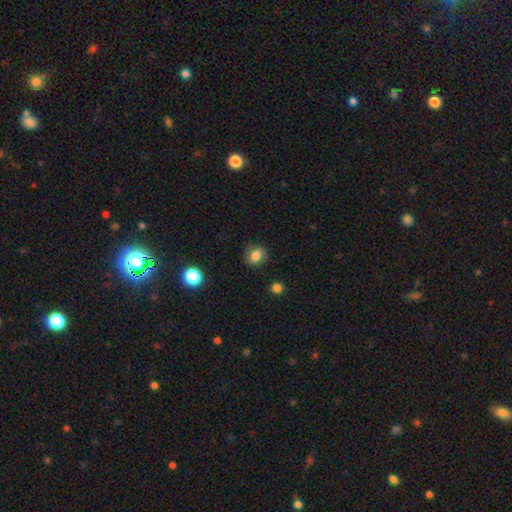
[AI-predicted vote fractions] Smooth or featured?
  - smooth: 77% *
  - featured or disk: 12%
  - star or artifact: 10%
How rounded?
  - round: 62% *
  - in between: 37%
  - cigar-shaped: 1%
Merging?
  - none: 77% *
  - minor disturbance: 16%
  - major disturbance: 5%
  - merger: 1%